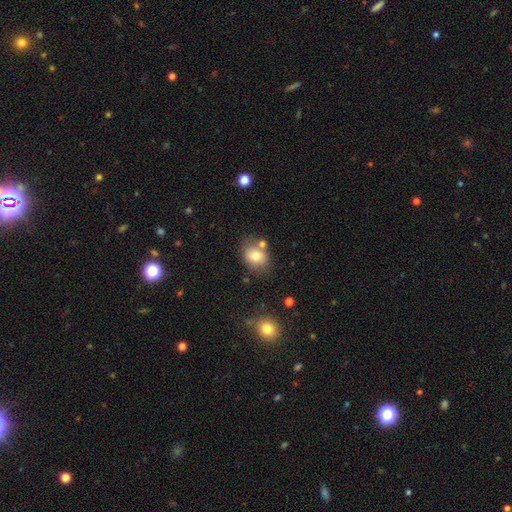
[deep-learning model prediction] Smooth or featured? smooth (76%)
How rounded? in between (55%)
Merging? none (64%)